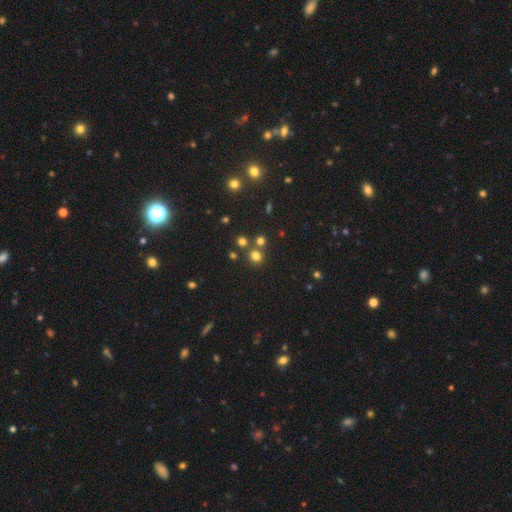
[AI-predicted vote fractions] smooth-or-featured: smooth: 71% | star or artifact: 22% | featured or disk: 7%
  how-rounded: round: 85% | in between: 14% | cigar-shaped: 1%
  merging: none: 71% | merger: 19% | minor disturbance: 7% | major disturbance: 3%